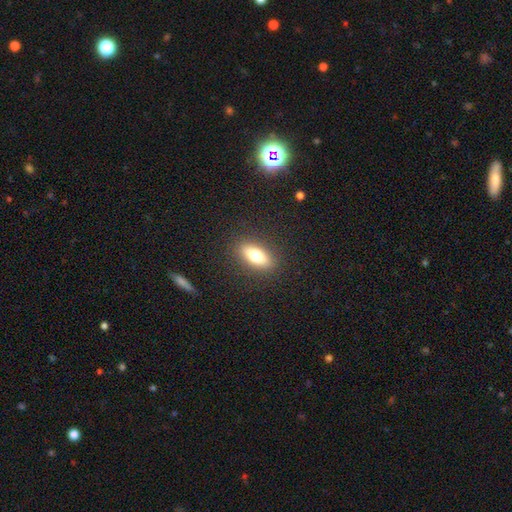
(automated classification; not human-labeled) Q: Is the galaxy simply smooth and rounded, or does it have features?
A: smooth — 72%.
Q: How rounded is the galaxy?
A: in between — 75%.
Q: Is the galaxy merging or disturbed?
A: none — 87%.